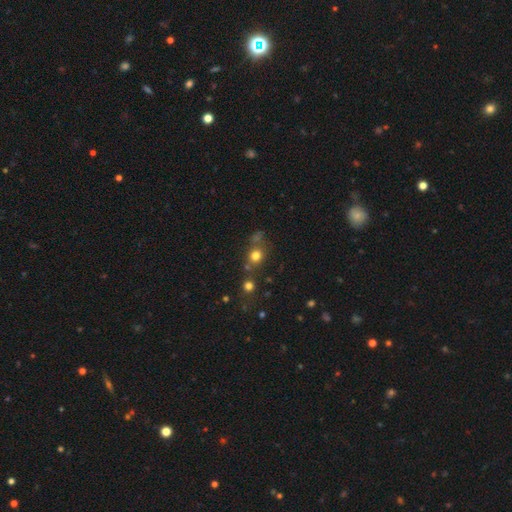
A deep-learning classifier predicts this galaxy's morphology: A smooth galaxy with no disk features (71%) that is round (82%). Merging: none (61%).